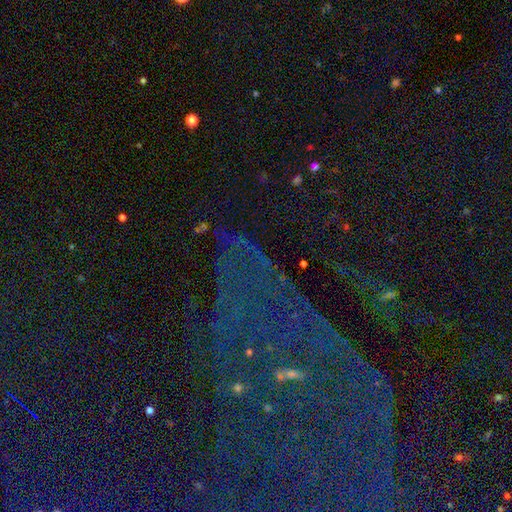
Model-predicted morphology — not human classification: Smooth or featured? star or artifact (80%)